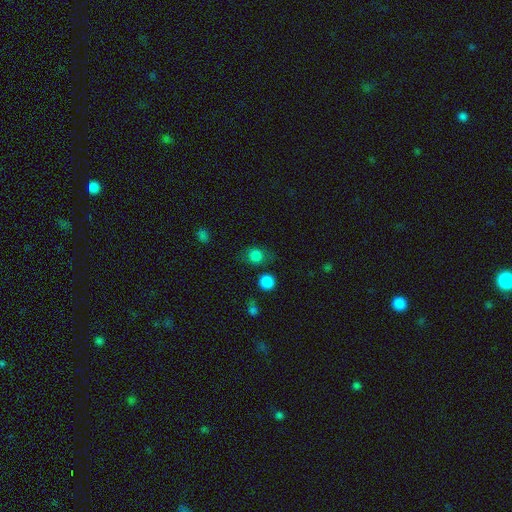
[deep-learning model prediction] Smooth or featured? Predicted: smooth (p=0.81). How rounded? Predicted: round (p=0.84). Merging? Predicted: none (p=0.72).